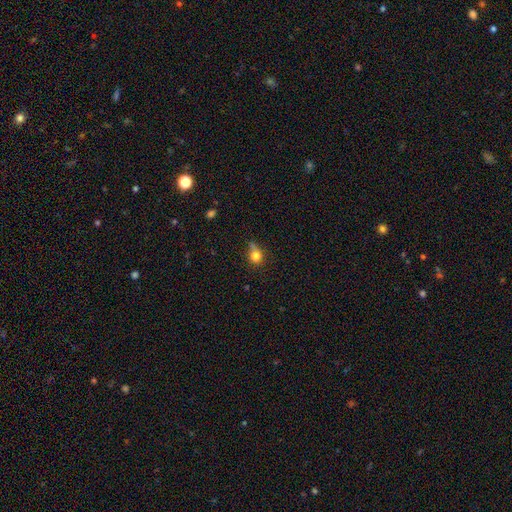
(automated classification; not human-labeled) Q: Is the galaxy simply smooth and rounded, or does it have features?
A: smooth — 78%.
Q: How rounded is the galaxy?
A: round — 72%.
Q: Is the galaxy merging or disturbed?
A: none — 45%.